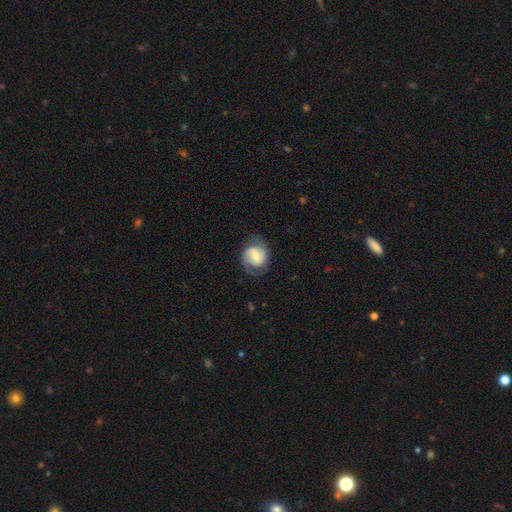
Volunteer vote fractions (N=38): Smooth or featured? featured or disk (55%)
Edge-on disk? no (95%)
Bar? weak (60%)
Spiral arms? yes (95%)
Spiral winding? medium (58%)
Spiral arm count? 2 (89%)
Bulge size? moderate (55%)
Merging? none (72%)